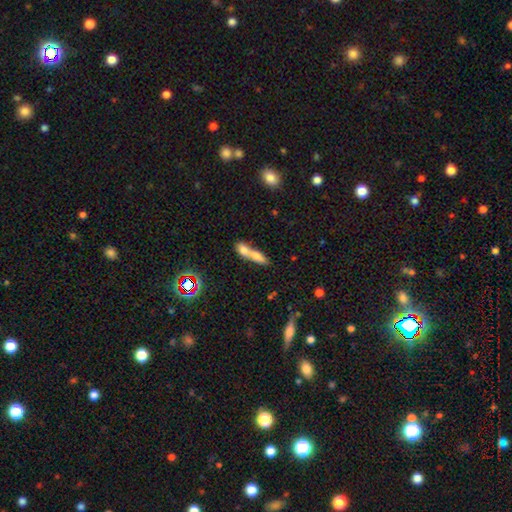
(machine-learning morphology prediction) smooth_or_featured: smooth (p=0.65) [alt: featured or disk p=0.24]
how_rounded: in between (p=0.53) [alt: cigar-shaped p=0.39]
merging: merger (p=0.73) [alt: none p=0.18]